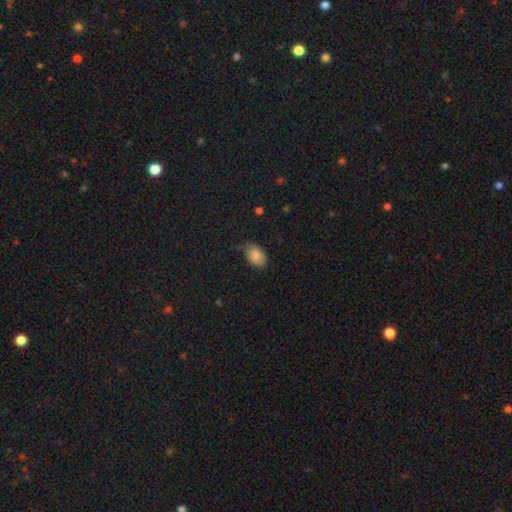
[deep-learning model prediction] This is clearly a smooth galaxy (87%). How rounded: clearly in between (84%). Merging: likely none (69%).